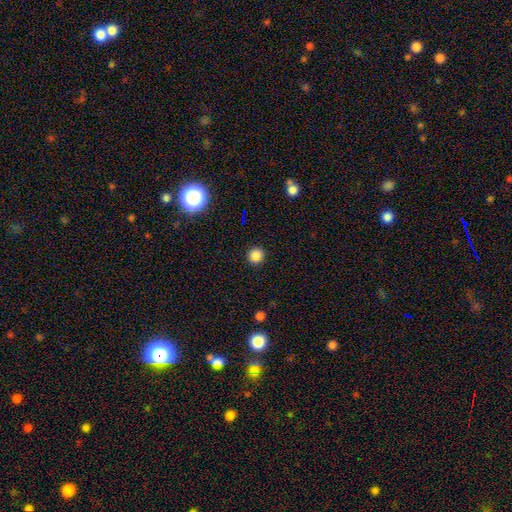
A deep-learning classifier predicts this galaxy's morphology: Smooth or featured? smooth (83%)
How rounded? round (92%)
Merging? none (90%)